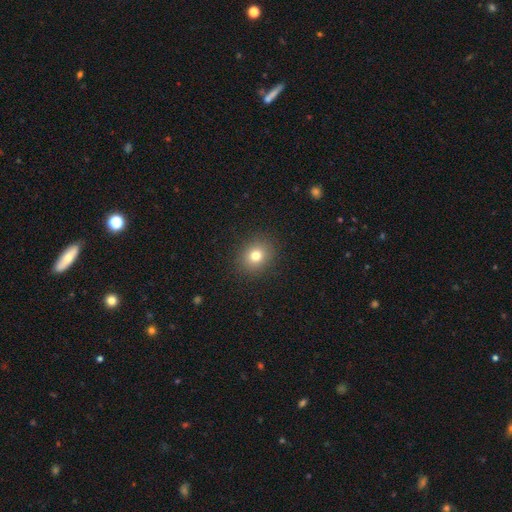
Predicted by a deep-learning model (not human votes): smooth_or_featured: smooth (p=0.78) [alt: star or artifact p=0.13]
how_rounded: round (p=0.70) [alt: in between p=0.30]
merging: none (p=0.89) [alt: minor disturbance p=0.07]